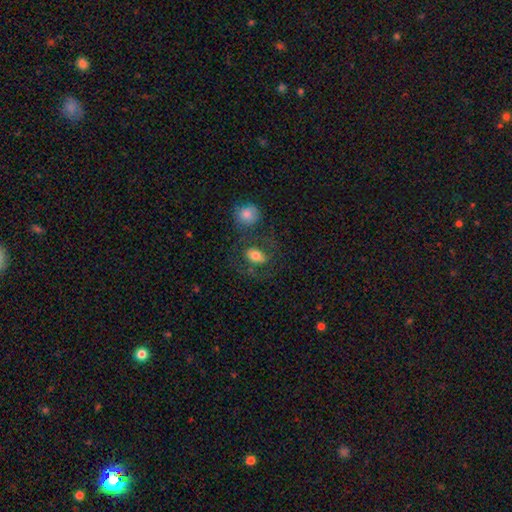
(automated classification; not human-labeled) A smooth galaxy with no disk features (68%) that is in between round and cigar-shaped (79%). Merging: none (60%).